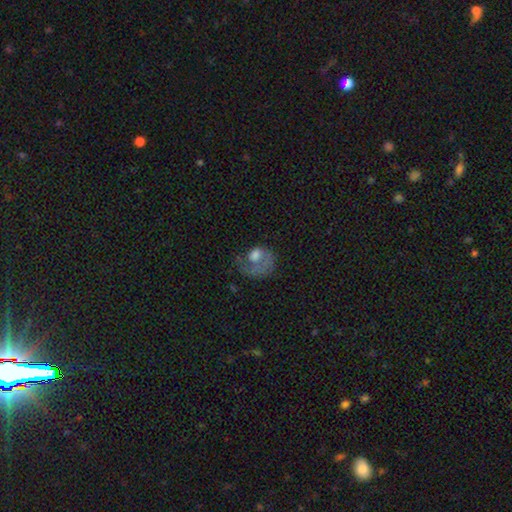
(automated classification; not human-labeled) The model was most divided on "smooth or featured": featured or disk: 48%, smooth: 42%, star or artifact: 9%. More confident: merging — major disturbance (50%).